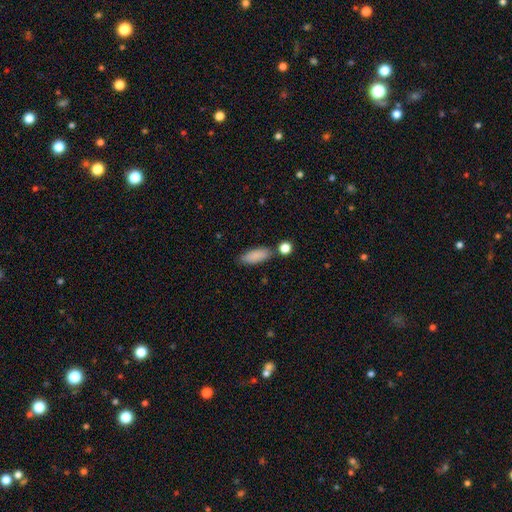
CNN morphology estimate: Q: Smooth or featured?
A: smooth (87%); runner-up: star or artifact (7%)
Q: How rounded?
A: in between (72%); runner-up: cigar-shaped (25%)
Q: Merging?
A: none (75%); runner-up: minor disturbance (14%)